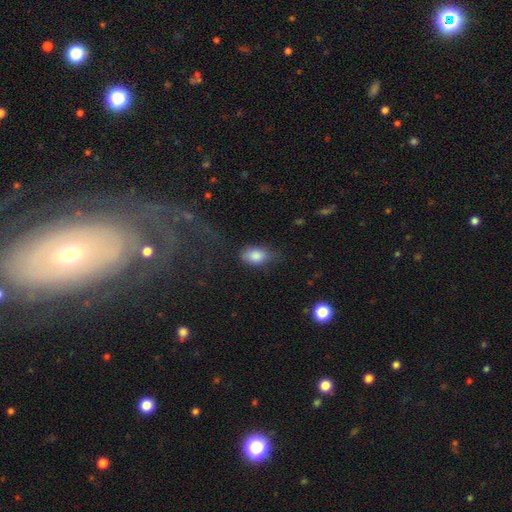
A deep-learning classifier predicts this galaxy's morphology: Q: Smooth or featured?
A: smooth (85%); runner-up: star or artifact (8%)
Q: How rounded?
A: in between (90%); runner-up: round (8%)
Q: Merging?
A: none (59%); runner-up: minor disturbance (30%)